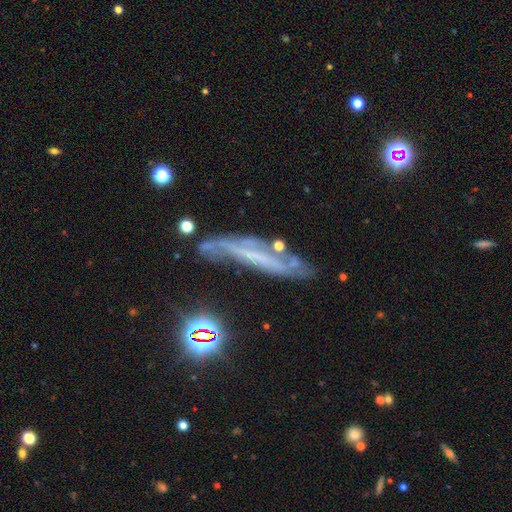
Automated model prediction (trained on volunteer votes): Morphology: type=featured or disk (61%); edge-on=yes (59%); merging=none (56%).